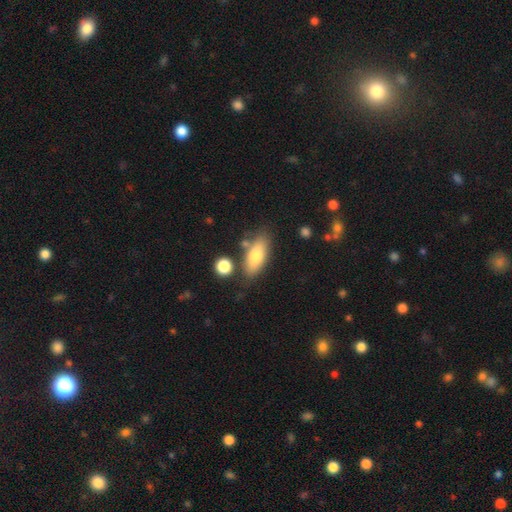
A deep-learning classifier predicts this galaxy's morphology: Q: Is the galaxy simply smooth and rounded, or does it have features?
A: smooth — 73%.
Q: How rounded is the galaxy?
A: in between — 80%.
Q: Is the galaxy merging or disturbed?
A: none — 72%.